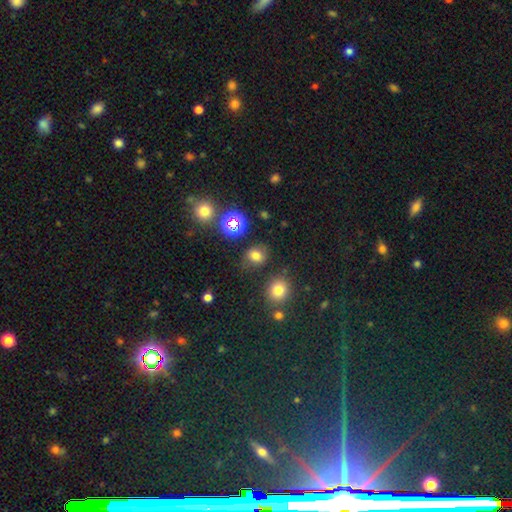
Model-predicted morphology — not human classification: Q: Smooth or featured?
A: smooth (70%); runner-up: star or artifact (21%)
Q: How rounded?
A: round (60%); runner-up: in between (38%)
Q: Merging?
A: none (74%); runner-up: minor disturbance (16%)